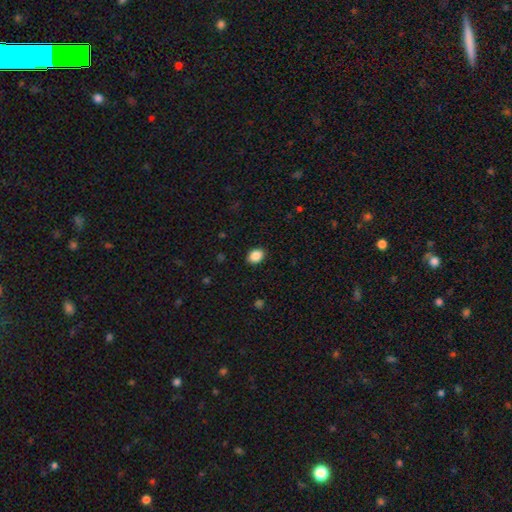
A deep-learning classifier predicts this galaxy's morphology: A smooth galaxy with no disk features (88%) that is in between round and cigar-shaped (67%).

Vote fractions:
- Smooth or featured? smooth: 88% / star or artifact: 8% / featured or disk: 4%
- How rounded? in between: 67% / round: 32% / cigar-shaped: 1%
- Merging? none: 90% / minor disturbance: 7% / major disturbance: 2% / merger: 1%